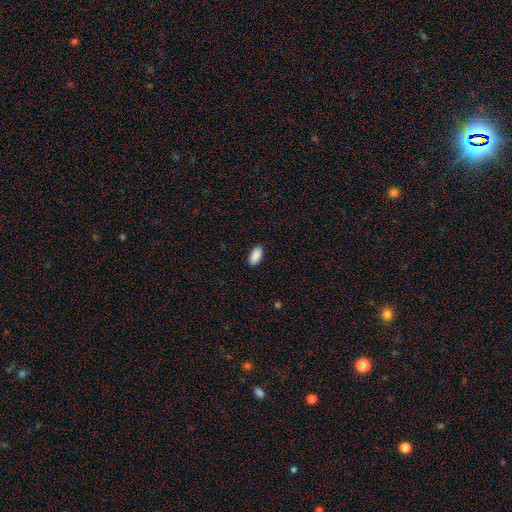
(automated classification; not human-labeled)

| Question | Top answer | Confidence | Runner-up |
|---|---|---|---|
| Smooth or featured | smooth | 91% | star or artifact (7%) |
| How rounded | in between | 93% | cigar-shaped (4%) |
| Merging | none | 89% | minor disturbance (8%) |